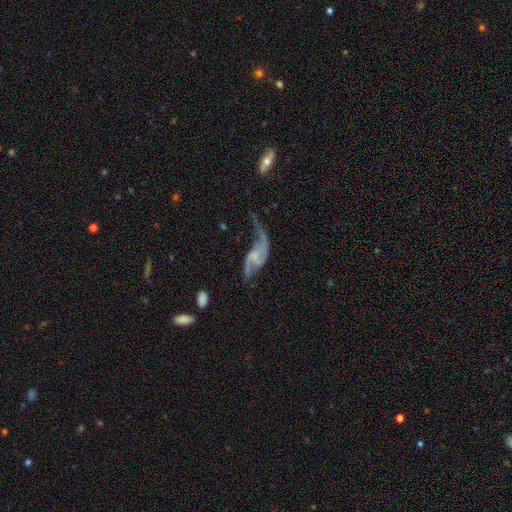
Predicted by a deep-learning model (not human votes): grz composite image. It shows a featured or disk galaxy (83%) with no bar (53%), 2 (86%) loose (85%) spiral arms (91%) and no central bulge (58%). Merging: none (39%).